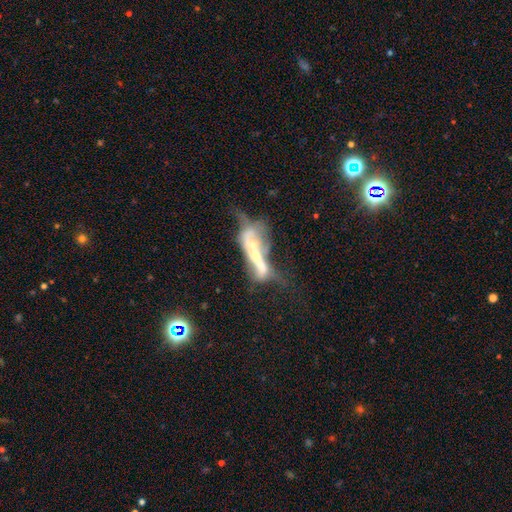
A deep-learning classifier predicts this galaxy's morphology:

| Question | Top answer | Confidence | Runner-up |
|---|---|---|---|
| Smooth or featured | featured or disk | 64% | smooth (25%) |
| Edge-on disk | no | 71% | yes (29%) |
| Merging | merger | 48% | major disturbance (26%) |